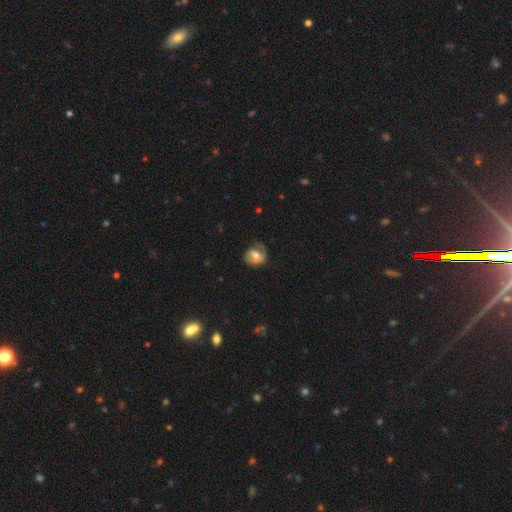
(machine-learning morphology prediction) smooth_or_featured: smooth (p=0.53) [alt: featured or disk p=0.40]
how_rounded: round (p=0.60) [alt: in between p=0.39]
merging: none (p=0.57) [alt: minor disturbance p=0.28]